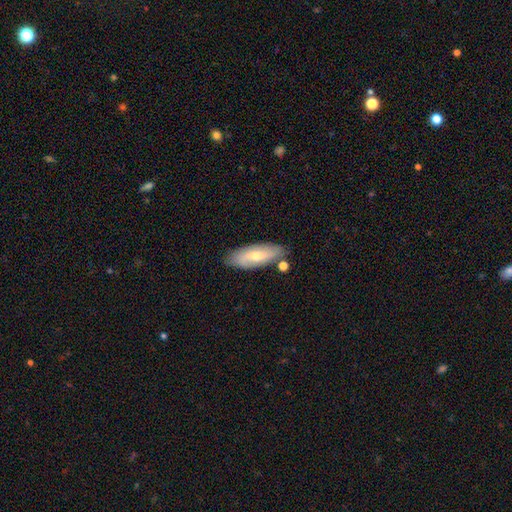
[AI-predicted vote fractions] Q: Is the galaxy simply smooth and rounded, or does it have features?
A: smooth — 50%.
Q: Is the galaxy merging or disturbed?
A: none — 79%.